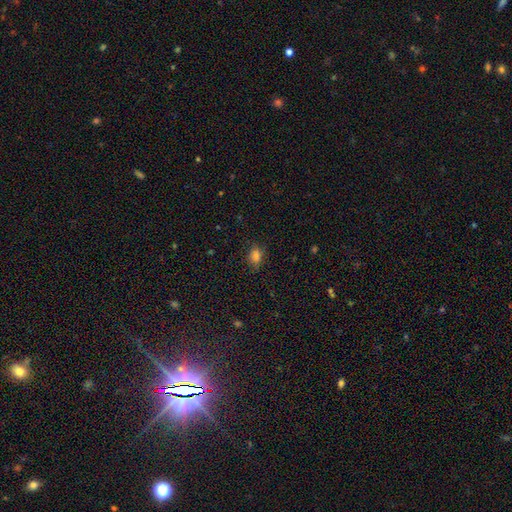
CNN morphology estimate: The model was most divided on "how rounded": in between: 60%, round: 38%, cigar-shaped: 2%. More confident: smooth or featured — smooth (80%); merging — none (77%).